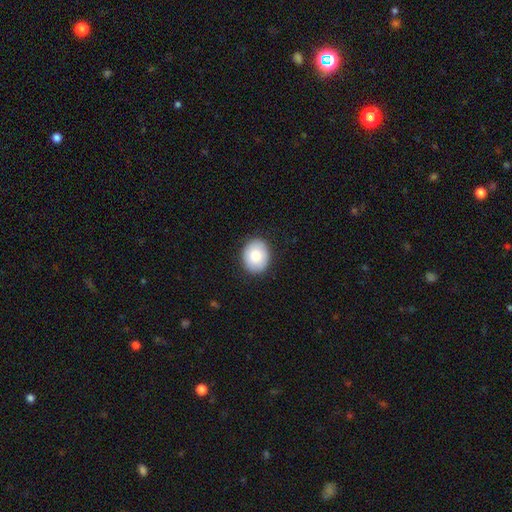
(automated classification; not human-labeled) This appears to be a smooth galaxy with no disk features (85%) that is in between round and cigar-shaped (52%). Merging: none (88%).